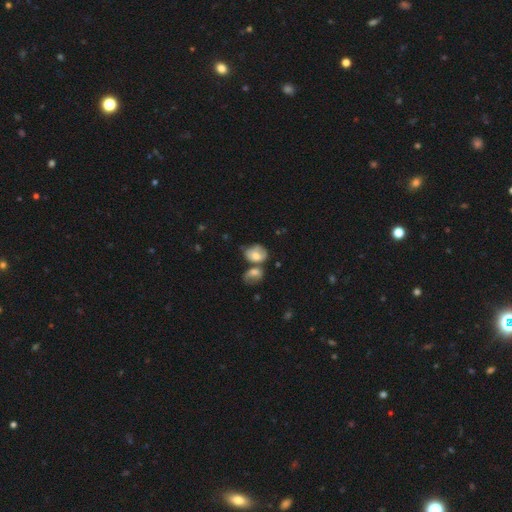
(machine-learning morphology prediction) This appears to be a smooth galaxy with no disk features (69%) that is in between round and cigar-shaped (66%). Merging: merger (41%).